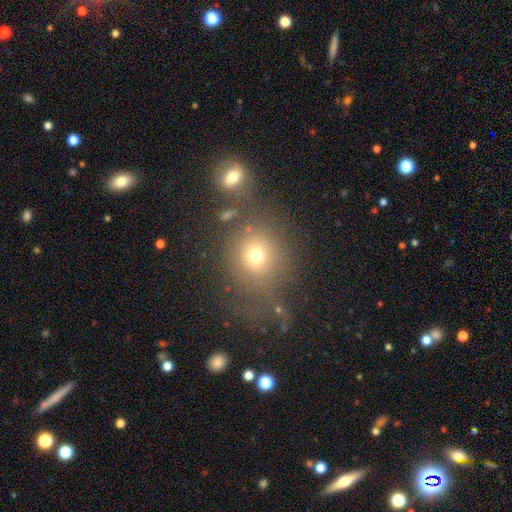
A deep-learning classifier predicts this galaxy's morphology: This appears to be a smooth galaxy with no disk features (70%) that is round (81%). Merging: none (60%).